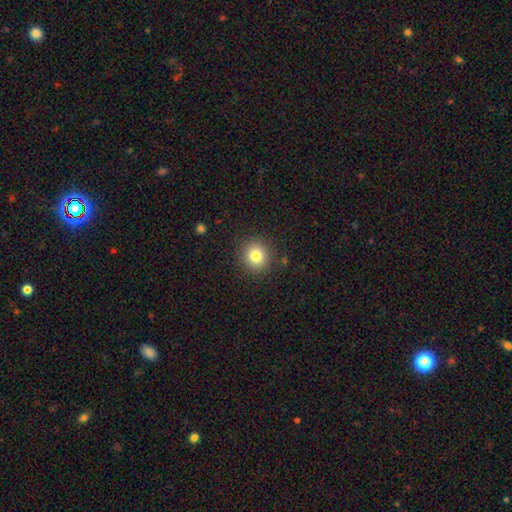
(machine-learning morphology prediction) Smooth or featured?
  - smooth: 80% *
  - star or artifact: 12%
  - featured or disk: 8%
How rounded?
  - round: 91% *
  - in between: 8%
  - cigar-shaped: 1%
Merging?
  - none: 89% *
  - minor disturbance: 7%
  - major disturbance: 3%
  - merger: 1%